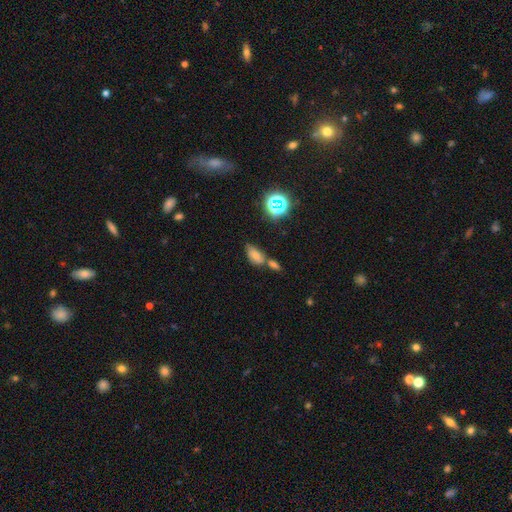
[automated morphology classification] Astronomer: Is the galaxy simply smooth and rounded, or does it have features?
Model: smooth — 66%.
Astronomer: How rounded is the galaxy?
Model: in between — 87%.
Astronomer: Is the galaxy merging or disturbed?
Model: none — 40%, tied with merger at 40%.